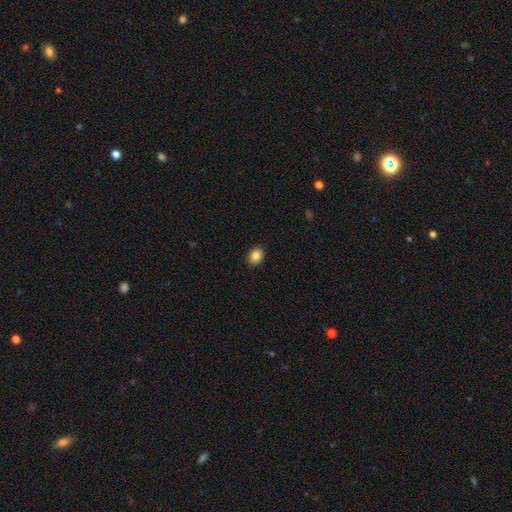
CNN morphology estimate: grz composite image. It shows a smooth galaxy with no disk features (86%) that is in between round and cigar-shaped (60%). Merging: none (90%).